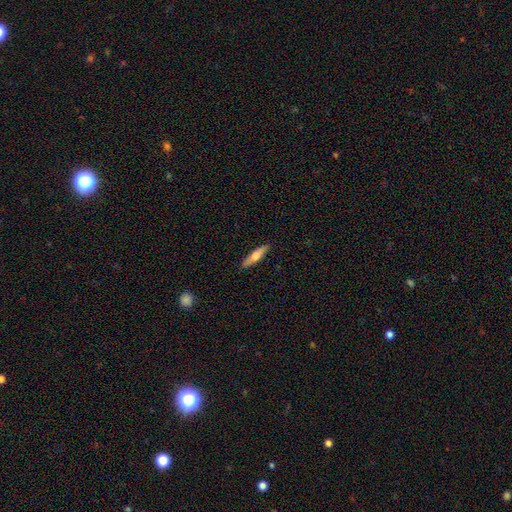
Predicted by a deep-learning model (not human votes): A smooth galaxy with no disk features (59%) that is cigar-shaped (81%).

Vote fractions:
- Smooth or featured? smooth: 59% / featured or disk: 35% / star or artifact: 6%
- How rounded? cigar-shaped: 81% / in between: 18% / round: 2%
- Merging? none: 88% / minor disturbance: 9% / major disturbance: 2% / merger: 1%